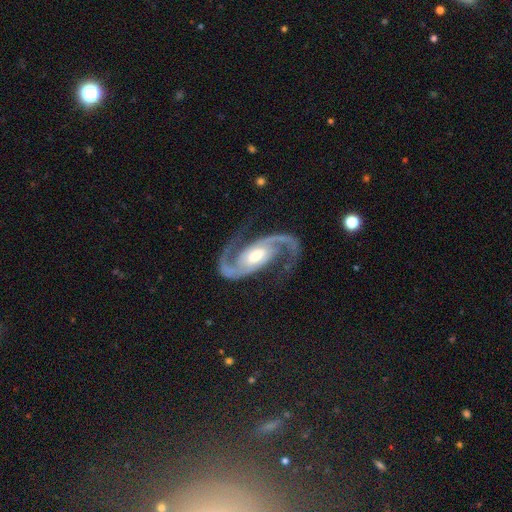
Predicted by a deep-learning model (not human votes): Morphology: type=featured or disk (95%); edge-on=no (98%); bar=weak (39%); spiral arms=yes (99%); winding=medium (61%); arm count=2 (95%); bulge=moderate (65%); merging=none (80%).